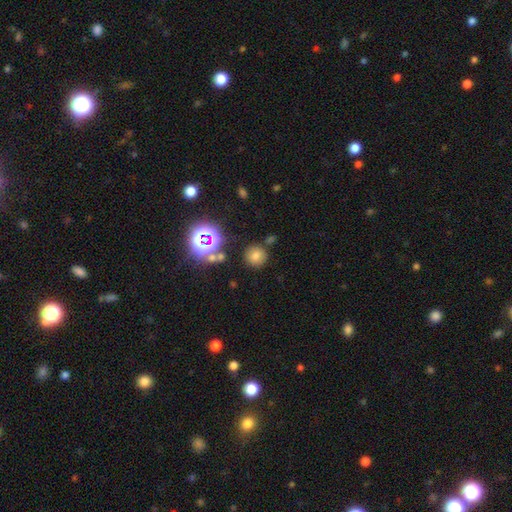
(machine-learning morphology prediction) Smooth or featured? Predicted: smooth (p=0.65). How rounded? Predicted: round (p=0.91). Merging? Predicted: none (p=0.82).